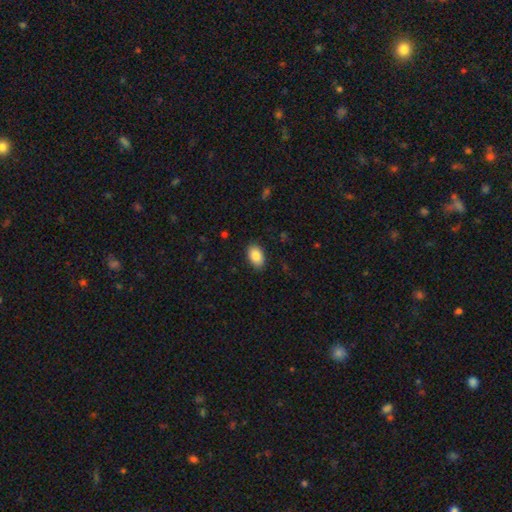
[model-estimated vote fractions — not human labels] smooth 88%, star or artifact 7%, featured or disk 5%. Down the decision tree: how rounded — in between (92%); merging — none (88%).